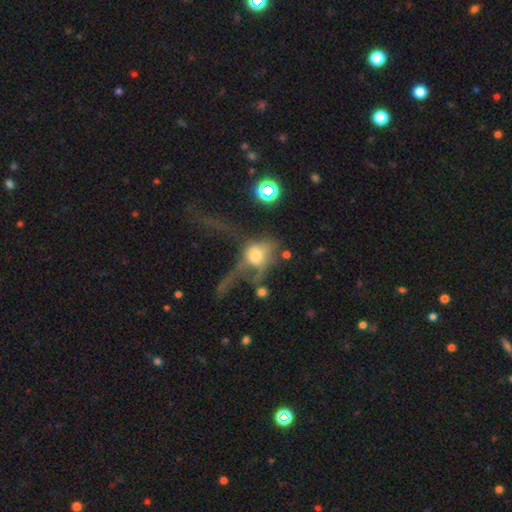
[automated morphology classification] smooth_or_featured: smooth (p=0.50) [alt: featured or disk p=0.36]
how_rounded: round (p=0.55) [alt: in between p=0.42]
merging: major disturbance (p=0.61) [alt: merger p=0.17]